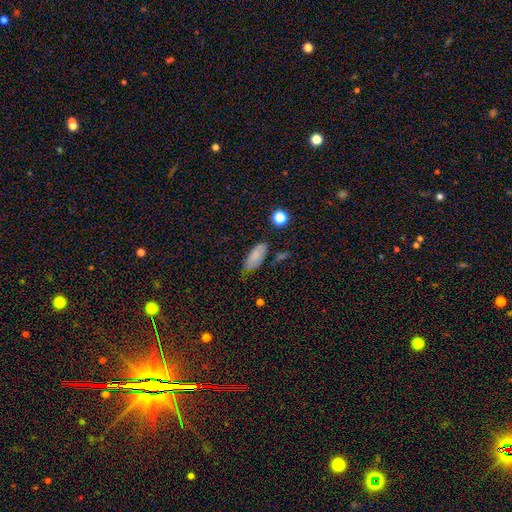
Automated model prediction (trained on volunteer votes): Morphology: type=smooth (77%); roundness=in between (85%); merging=none (57%).